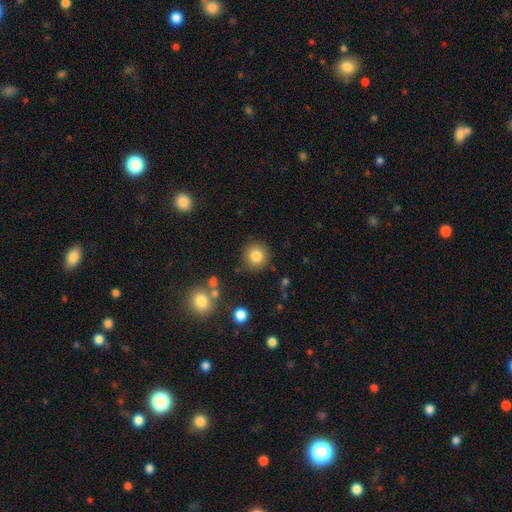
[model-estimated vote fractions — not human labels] Q: Smooth or featured?
A: smooth (82%); runner-up: star or artifact (11%)
Q: How rounded?
A: round (93%); runner-up: in between (6%)
Q: Merging?
A: none (85%); runner-up: minor disturbance (9%)